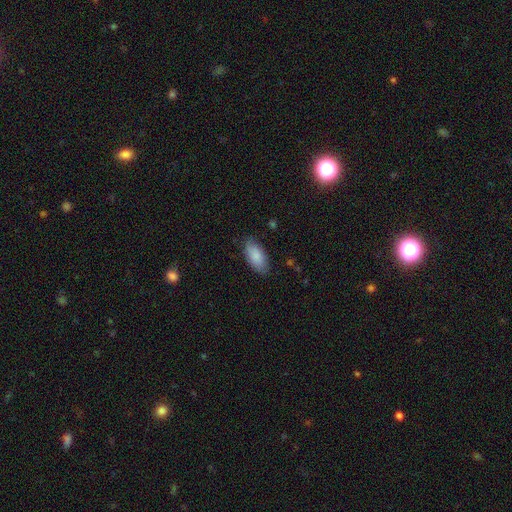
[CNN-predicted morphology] Smooth or featured?
  - smooth: 86% *
  - featured or disk: 8%
  - star or artifact: 6%
How rounded?
  - in between: 91% *
  - cigar-shaped: 7%
  - round: 2%
Merging?
  - none: 78% *
  - minor disturbance: 17%
  - major disturbance: 3%
  - merger: 1%